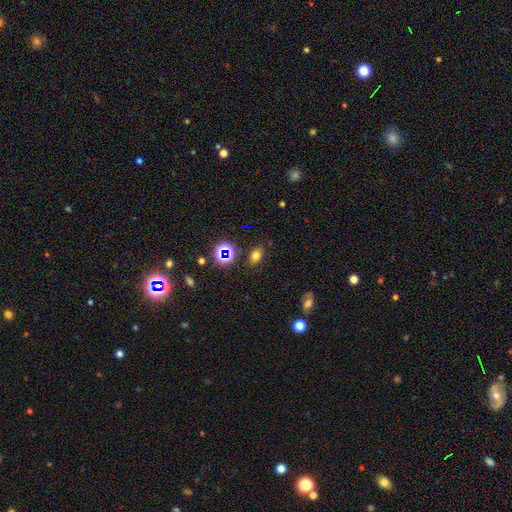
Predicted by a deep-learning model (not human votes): Q: Smooth or featured?
A: smooth (67%); runner-up: star or artifact (24%)
Q: How rounded?
A: in between (75%); runner-up: round (23%)
Q: Merging?
A: none (82%); runner-up: minor disturbance (12%)